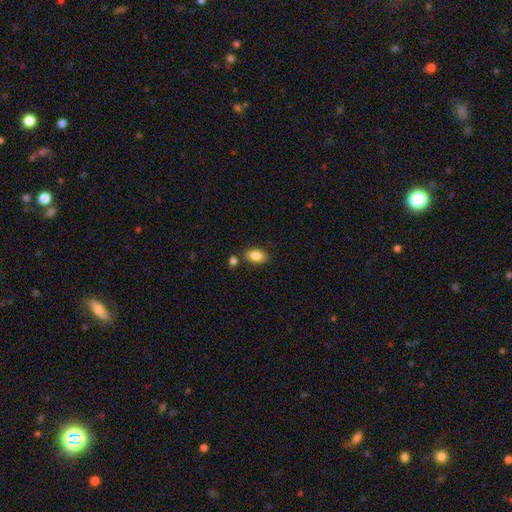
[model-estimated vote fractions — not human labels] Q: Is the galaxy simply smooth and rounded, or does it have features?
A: smooth — 85%.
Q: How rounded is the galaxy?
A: in between — 88%.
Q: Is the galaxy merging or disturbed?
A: none — 78%.